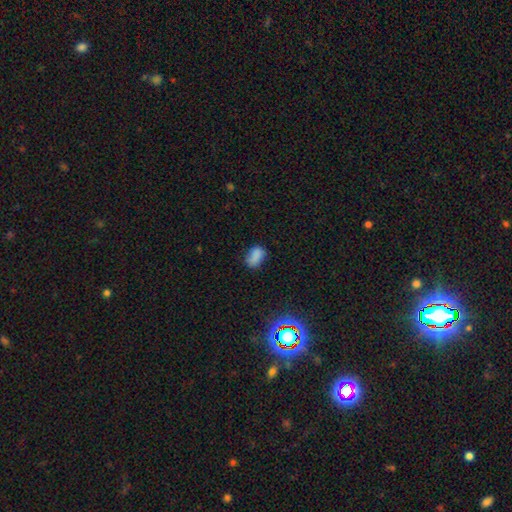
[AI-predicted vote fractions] This is likely a smooth galaxy (80%). How rounded: clearly in between (86%). Merging: likely none (65%).